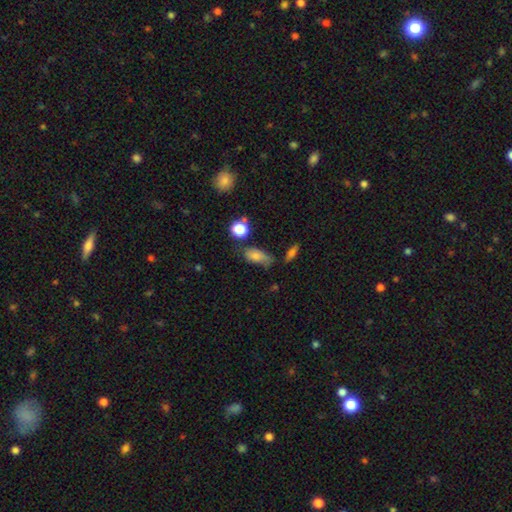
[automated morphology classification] smooth_or_featured: smooth (p=0.74) [alt: featured or disk p=0.15]
how_rounded: in between (p=0.82) [alt: round p=0.10]
merging: none (p=0.46) [alt: minor disturbance p=0.33]